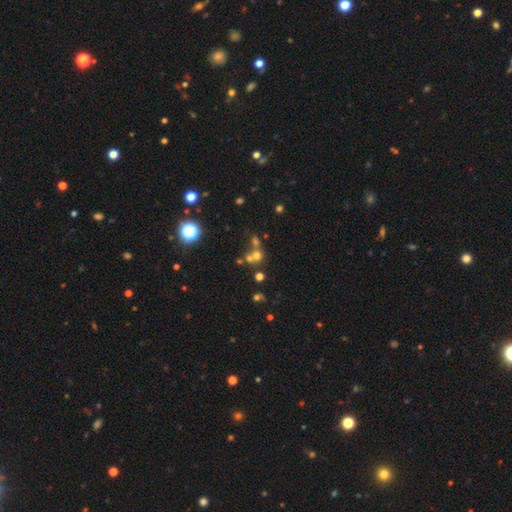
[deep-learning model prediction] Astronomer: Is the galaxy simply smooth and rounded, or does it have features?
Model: smooth — 55%.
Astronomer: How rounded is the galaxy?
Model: round — 85%.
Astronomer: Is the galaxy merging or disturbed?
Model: none — 45% (runner-up: merger, 43%).